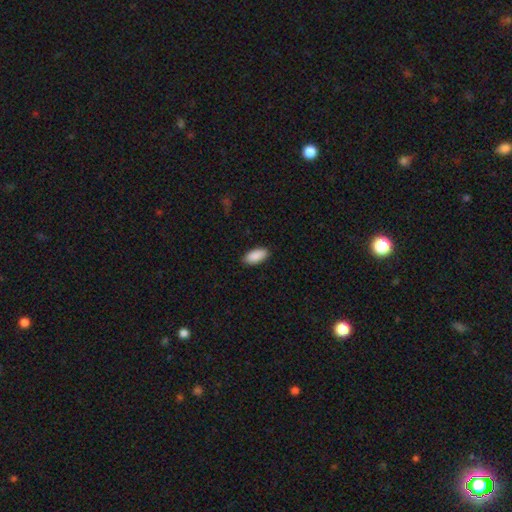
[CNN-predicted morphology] type=smooth (91%); roundness=in between (92%); merging=none (89%).